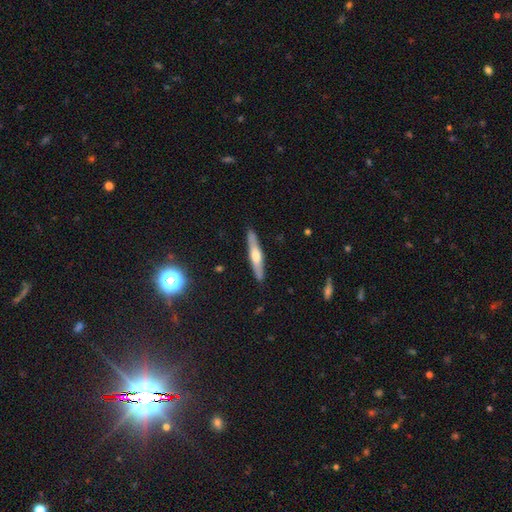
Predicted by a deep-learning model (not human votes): Smooth or featured: featured or disk — 53% (smooth — 42%)
Edge-on disk: yes — 92% (no — 8%)
Merging: none — 90% (minor disturbance — 8%)